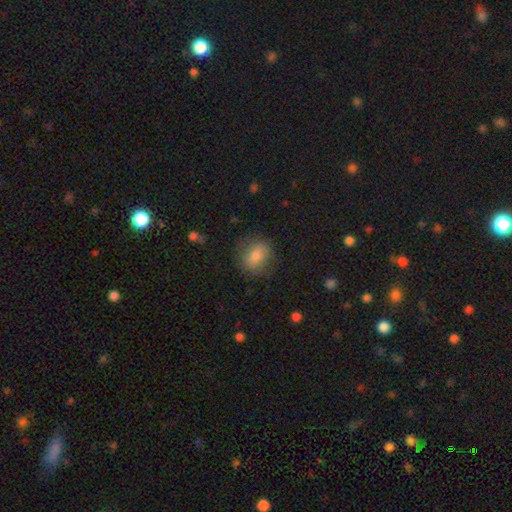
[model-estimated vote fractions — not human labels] This appears to be a smooth galaxy with no disk features (76%) that is round (56%). Merging: none (79%).